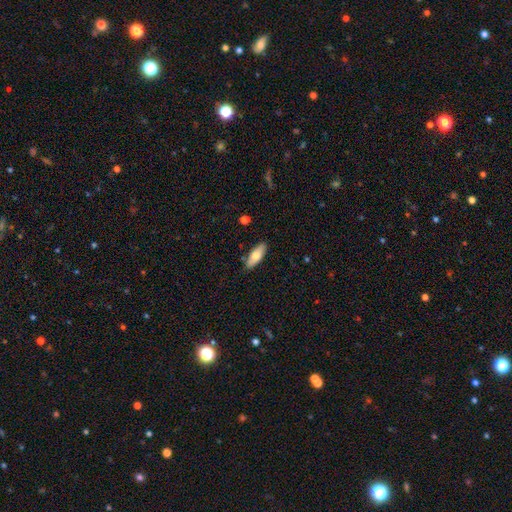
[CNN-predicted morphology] smooth 72%, featured or disk 22%, star or artifact 6%. Down the decision tree: how rounded — in between (70%); merging — none (85%).